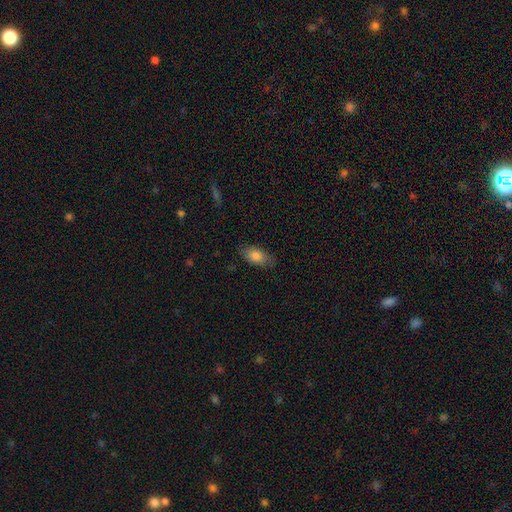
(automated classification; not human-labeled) A smooth galaxy with no disk features (83%) that is in between round and cigar-shaped (89%).

Vote fractions:
- Smooth or featured? smooth: 83% / featured or disk: 10% / star or artifact: 7%
- How rounded? in between: 89% / cigar-shaped: 6% / round: 5%
- Merging? none: 80% / minor disturbance: 15% / major disturbance: 4% / merger: 1%